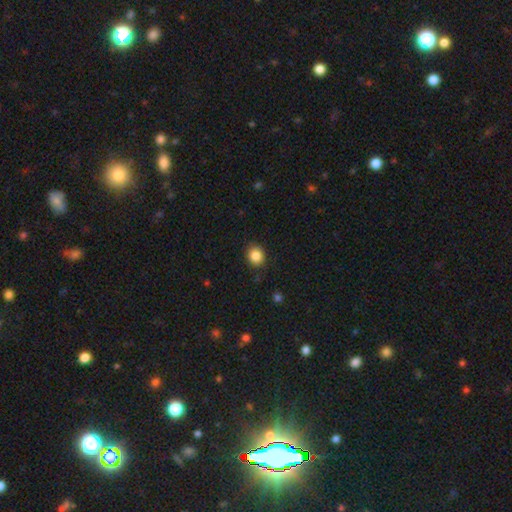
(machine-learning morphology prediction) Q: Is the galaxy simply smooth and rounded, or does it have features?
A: smooth — 86%.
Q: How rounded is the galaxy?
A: round — 71%.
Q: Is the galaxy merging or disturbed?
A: none — 87%.